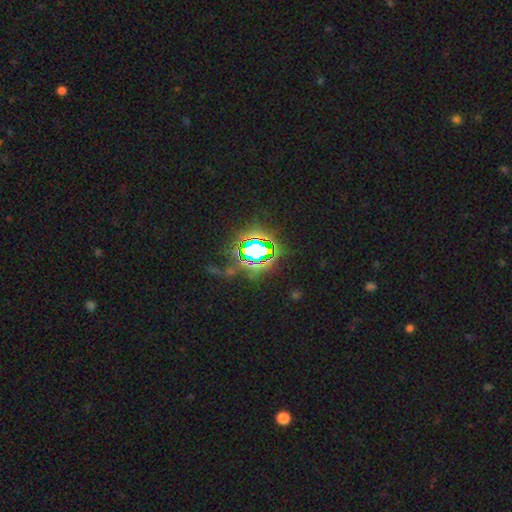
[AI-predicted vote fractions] smooth-or-featured: star or artifact: 74% | smooth: 13% | featured or disk: 13%